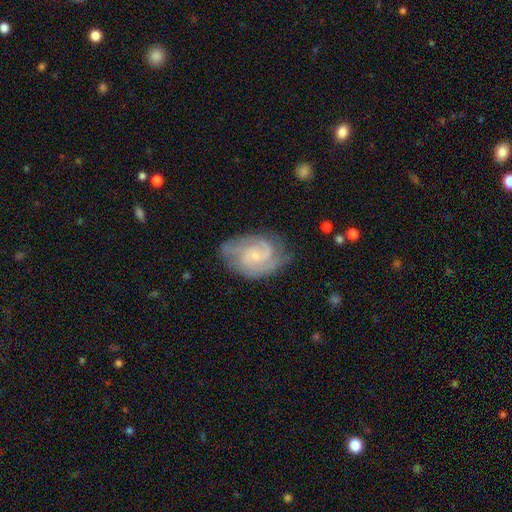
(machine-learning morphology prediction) A featured or disk galaxy (85%) with no bar (59%), 2 (55%) tight (48%) spiral arms (97%) and a small central bulge (73%).

Vote fractions:
- Smooth or featured? featured or disk: 85% / smooth: 10% / star or artifact: 5%
- Edge-on disk? no: 98% / yes: 2%
- Bar? no: 59% / weak: 36% / strong: 5%
- Spiral arms? yes: 97% / no: 3%
- Spiral winding? tight: 48% / medium: 43% / loose: 9%
- Spiral arm count? 2: 55% / 3: 20% / can't tell: 14% / 4: 4% / 1: 4% / more than 4: 3%
- Bulge size? small: 73% / moderate: 19% / none: 6% / large: 1% / dominant: 1%
- Merging? none: 71% / minor disturbance: 21% / major disturbance: 7% / merger: 1%